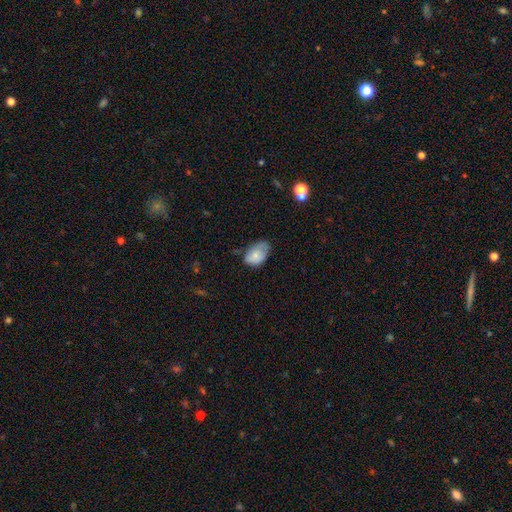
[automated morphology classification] The model was most divided on "merging": none: 46%, minor disturbance: 41%, major disturbance: 10%, merger: 2%. More confident: how rounded — in between (87%); smooth or featured — smooth (75%).